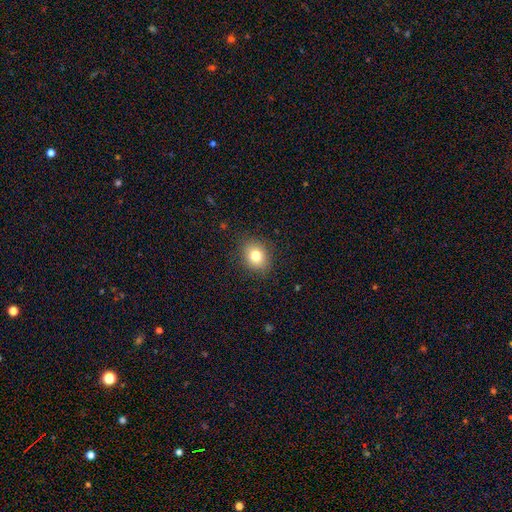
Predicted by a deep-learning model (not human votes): Smooth or featured?
  - smooth: 80% *
  - star or artifact: 11%
  - featured or disk: 9%
How rounded?
  - round: 57% *
  - in between: 42%
  - cigar-shaped: 1%
Merging?
  - none: 87% *
  - minor disturbance: 10%
  - major disturbance: 3%
  - merger: 1%